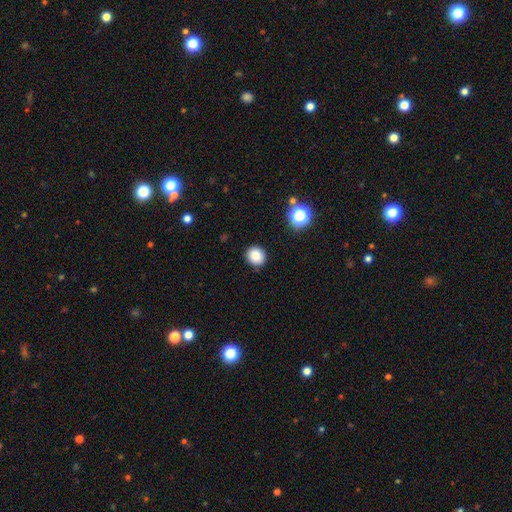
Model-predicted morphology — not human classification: type=smooth (84%); roundness=round (85%); merging=none (91%).